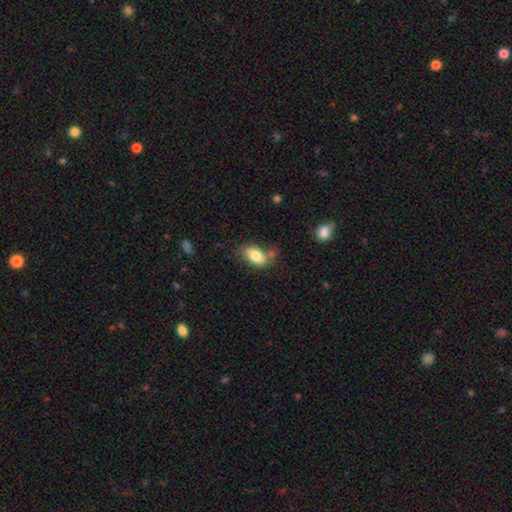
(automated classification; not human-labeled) The model was most divided on "merging": none: 62%, minor disturbance: 20%, merger: 12%, major disturbance: 6%. More confident: how rounded — in between (90%); smooth or featured — smooth (79%).